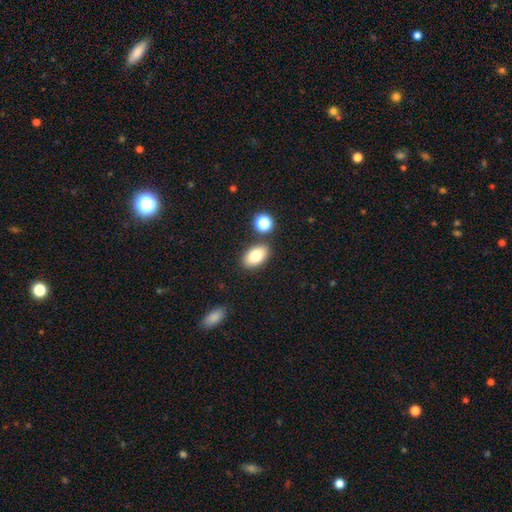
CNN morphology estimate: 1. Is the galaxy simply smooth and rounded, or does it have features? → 80% smooth, 11% featured or disk, 9% star or artifact.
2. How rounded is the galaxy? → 90% in between, 8% round, 2% cigar-shaped.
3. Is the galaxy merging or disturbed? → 82% none, 9% minor disturbance, 6% merger, 3% major disturbance.